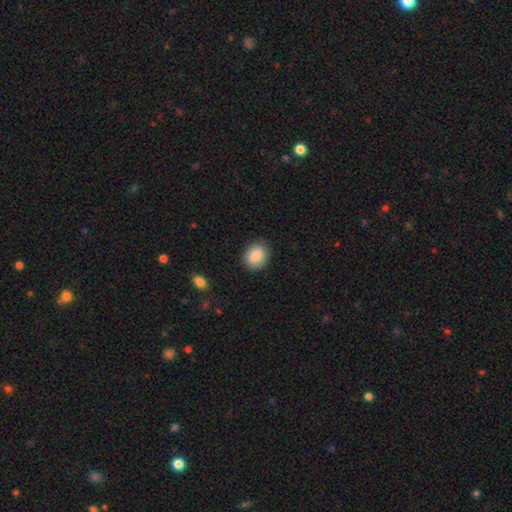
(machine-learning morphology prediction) Overall: smooth (87%). How rounded: in between (58%; round 41%). Merging: none (86%).